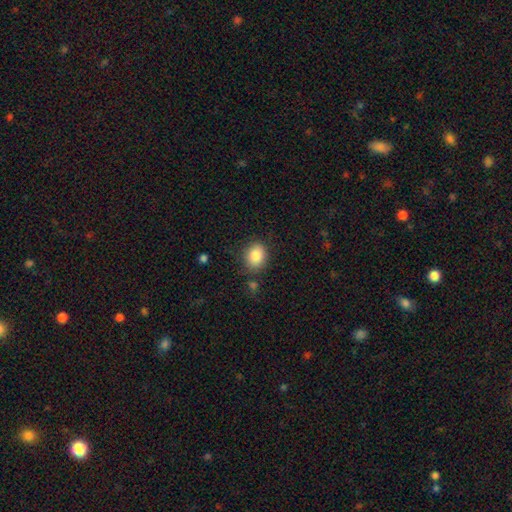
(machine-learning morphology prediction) Overall: smooth (85%). How rounded: round (53%; in between 46%). Merging: none (80%).